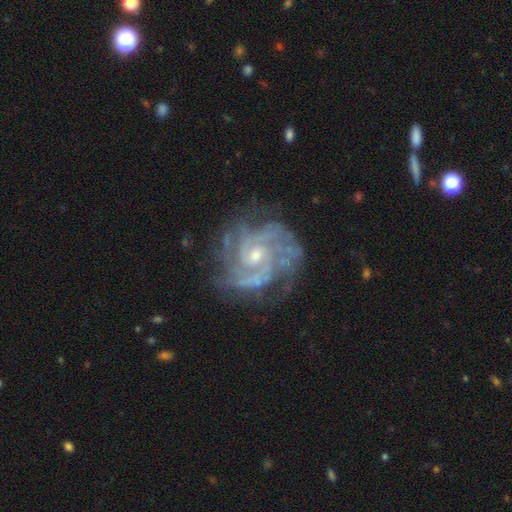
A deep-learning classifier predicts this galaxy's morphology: This is clearly a featured or disk galaxy (91%). It is clearly not viewed edge-on (98%). Bar: possibly no (59%). Spiral arm pattern: clearly yes (98%). Spiral arm count: marginally 2 (29%). Spiral winding: likely tight (63%). Central bulge: possibly small (56%). Merging: likely none (71%).